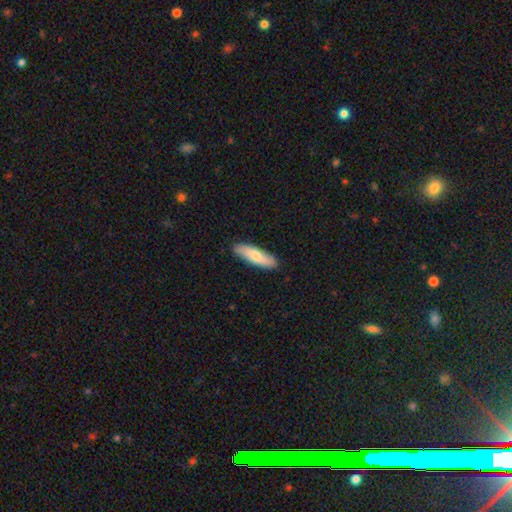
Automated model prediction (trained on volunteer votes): smooth_or_featured: smooth (p=0.74) [alt: featured or disk p=0.21]
how_rounded: cigar-shaped (p=0.60) [alt: in between p=0.38]
merging: none (p=0.89) [alt: minor disturbance p=0.09]